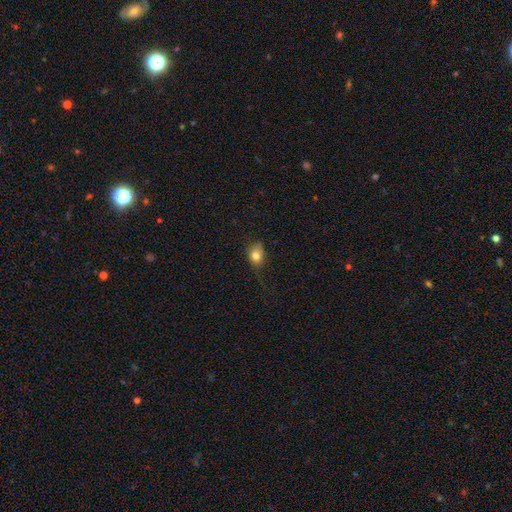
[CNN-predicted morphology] Smooth or featured? Predicted: smooth (p=0.80). How rounded? Predicted: in between (p=0.55). Merging? Predicted: none (p=0.55).